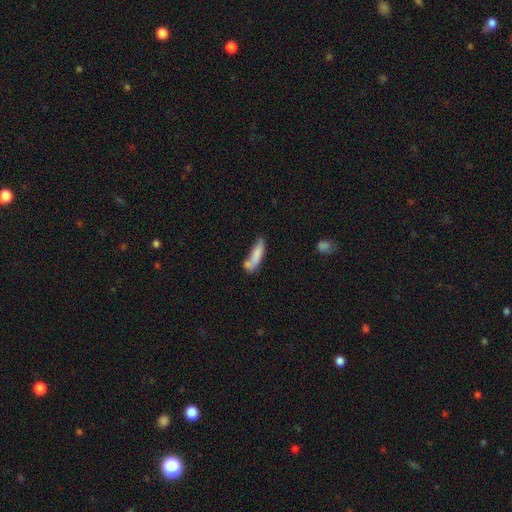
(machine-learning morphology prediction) This is likely a smooth galaxy (77%). How rounded: likely cigar-shaped (64%). Merging: marginally none (43%).